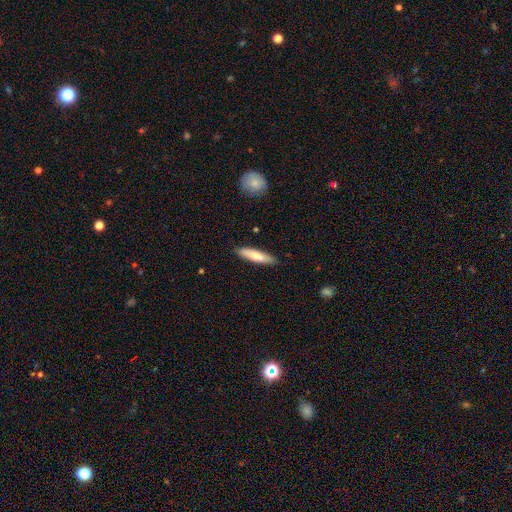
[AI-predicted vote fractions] Smooth or featured: smooth — 74% (featured or disk — 21%)
How rounded: cigar-shaped — 78% (in between — 21%)
Merging: none — 89% (minor disturbance — 9%)